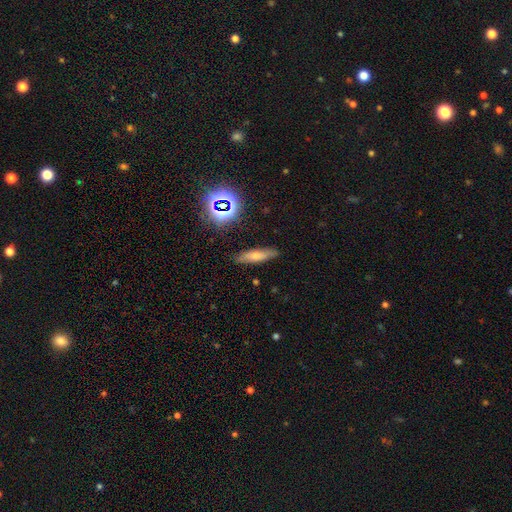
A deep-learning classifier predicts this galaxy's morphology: Overall: smooth (48%; featured or disk 32%). Merging: none (85%).